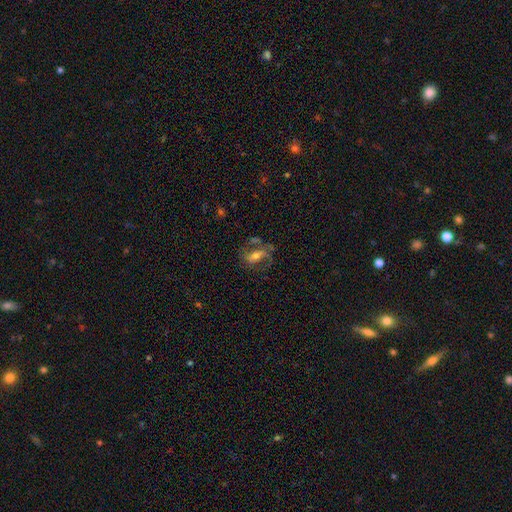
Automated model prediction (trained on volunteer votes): A featured or disk galaxy (58%) with a weak bar (36%), spiral arms (75%) and a moderate central bulge (54%). Merging: none (54%).